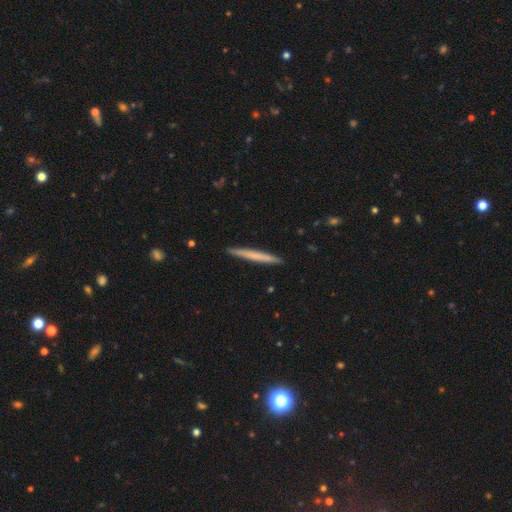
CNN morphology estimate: smooth 62%, featured or disk 33%, star or artifact 5%. Down the decision tree: how rounded — cigar-shaped (97%); merging — none (92%).